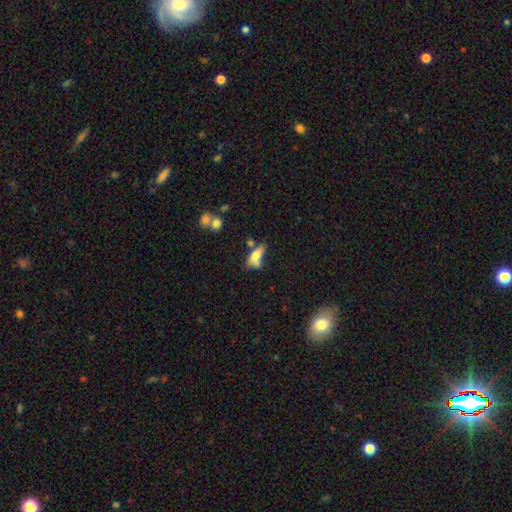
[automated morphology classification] smooth-or-featured: smooth: 58% | featured or disk: 32% | star or artifact: 10%
  how-rounded: in between: 70% | cigar-shaped: 25% | round: 5%
  merging: merger: 33% | none: 32% | minor disturbance: 20% | major disturbance: 15%